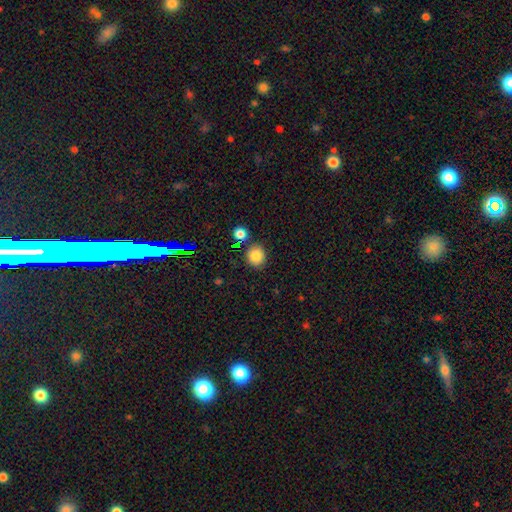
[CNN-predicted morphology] Smooth or featured? Predicted: smooth (p=0.83). How rounded? Predicted: round (p=0.83). Merging? Predicted: none (p=0.82).